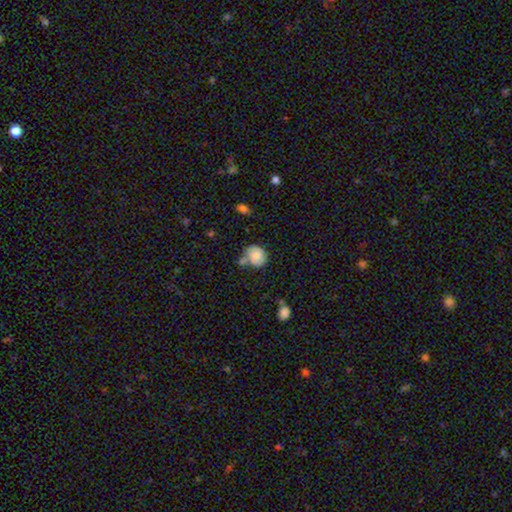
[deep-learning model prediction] A smooth galaxy with no disk features (63%) that is round (63%).

Vote fractions:
- Smooth or featured? smooth: 63% / featured or disk: 29% / star or artifact: 9%
- How rounded? round: 63% / in between: 36% / cigar-shaped: 1%
- Merging? none: 46% / minor disturbance: 24% / merger: 21% / major disturbance: 9%